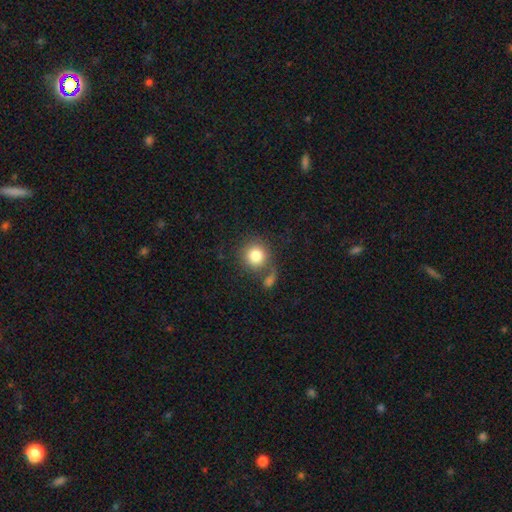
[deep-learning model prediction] Smooth or featured: smooth — 82% (featured or disk — 9%)
How rounded: round — 90% (in between — 9%)
Merging: none — 60% (merger — 17%)